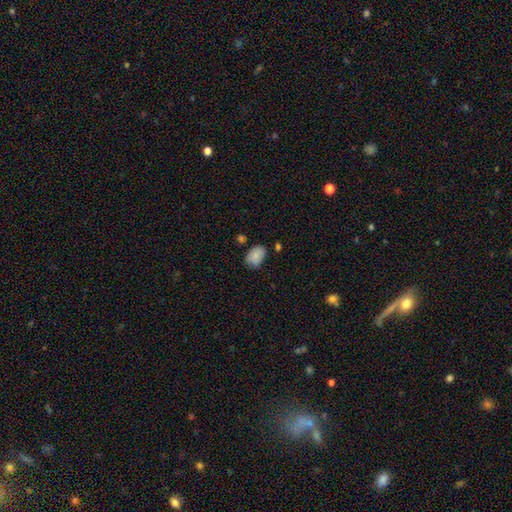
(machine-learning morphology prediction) Smooth or featured? Predicted: smooth (p=0.85). How rounded? Predicted: in between (p=0.84). Merging? Predicted: none (p=0.66).